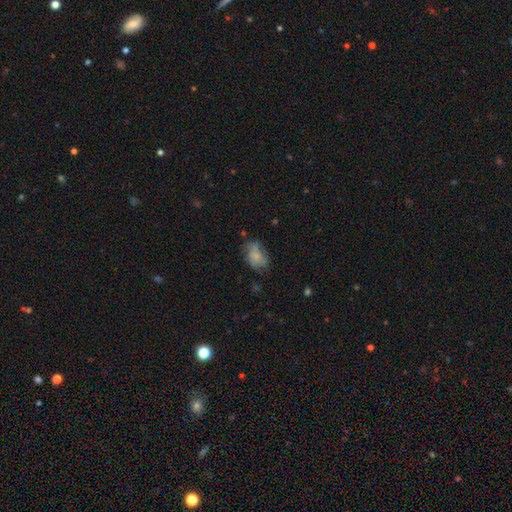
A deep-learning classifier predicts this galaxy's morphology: type=smooth (64%); roundness=in between (81%); merging=none (51%).